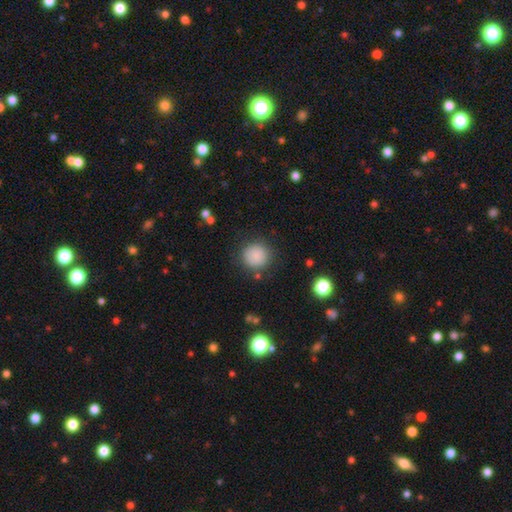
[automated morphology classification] The model was most divided on "merging": none: 84%, minor disturbance: 10%, major disturbance: 4%, merger: 2%. More confident: how rounded — round (92%); smooth or featured — smooth (87%).